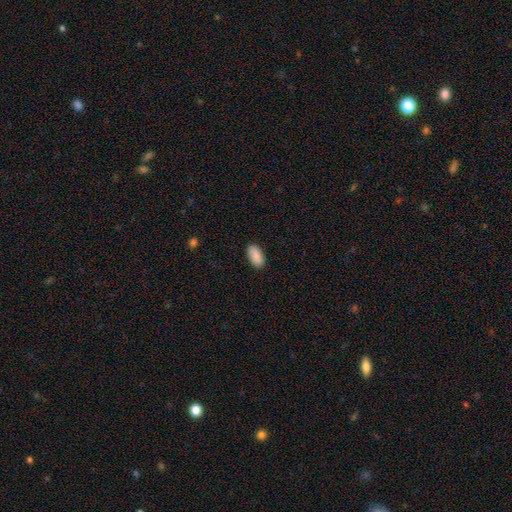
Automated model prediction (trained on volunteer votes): smooth_or_featured: smooth (p=0.91) [alt: star or artifact p=0.06]
how_rounded: in between (p=0.94) [alt: cigar-shaped p=0.03]
merging: none (p=0.90) [alt: minor disturbance p=0.08]